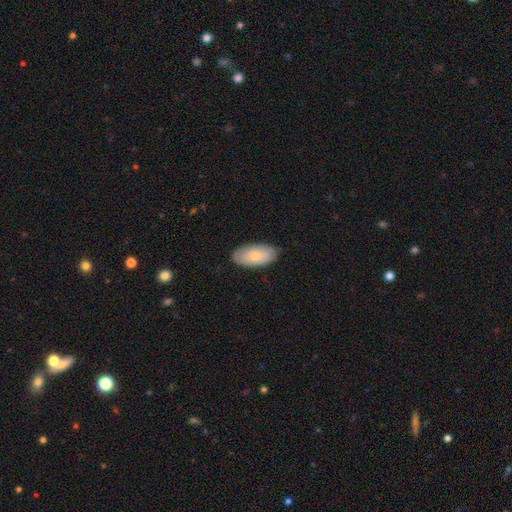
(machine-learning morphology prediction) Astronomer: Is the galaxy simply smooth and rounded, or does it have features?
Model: smooth — 70%.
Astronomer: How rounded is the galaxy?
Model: in between — 94%.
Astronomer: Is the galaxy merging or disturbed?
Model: none — 83%.